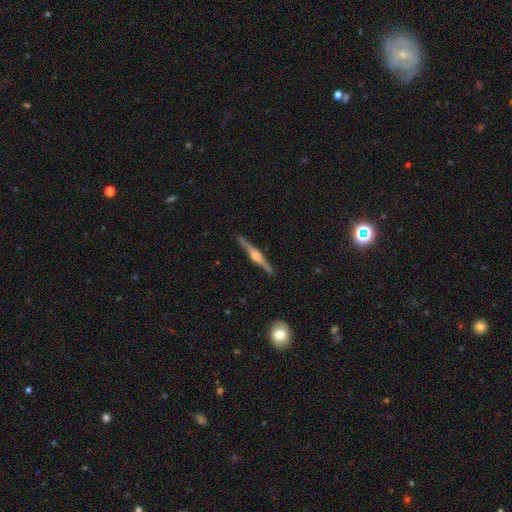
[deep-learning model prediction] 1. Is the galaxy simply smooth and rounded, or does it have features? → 82% featured or disk, 13% smooth, 5% star or artifact.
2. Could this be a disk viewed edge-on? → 98% yes, 2% no.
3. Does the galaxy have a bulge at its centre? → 81% rounded, 15% boxy, 4% none.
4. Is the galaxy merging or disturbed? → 90% none, 7% minor disturbance, 2% major disturbance, 1% merger.